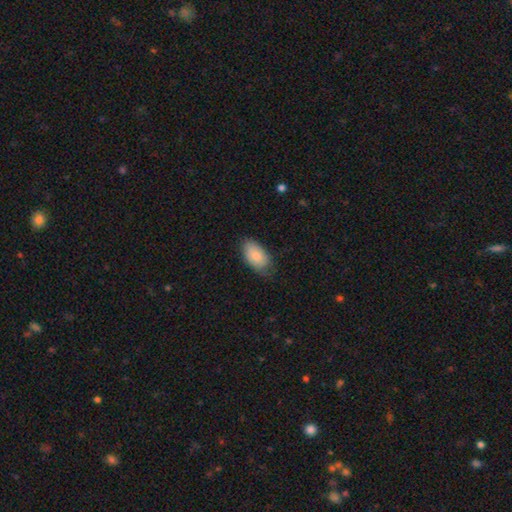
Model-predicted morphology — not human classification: Smooth or featured: smooth — 84% (featured or disk — 10%)
How rounded: in between — 94% (round — 4%)
Merging: none — 68% (minor disturbance — 26%)